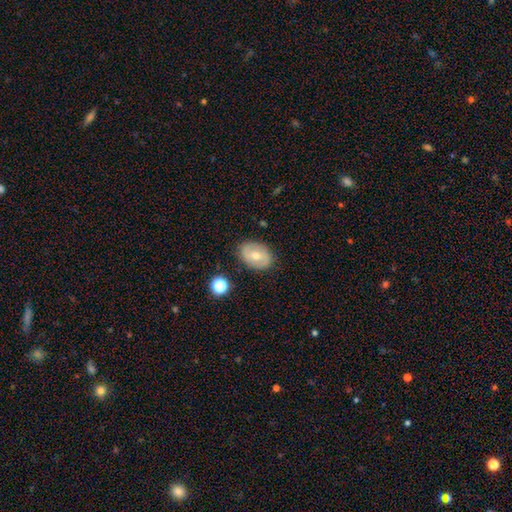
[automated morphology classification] A smooth galaxy with no disk features (51%) that is in between round and cigar-shaped (72%). Merging: none (82%).